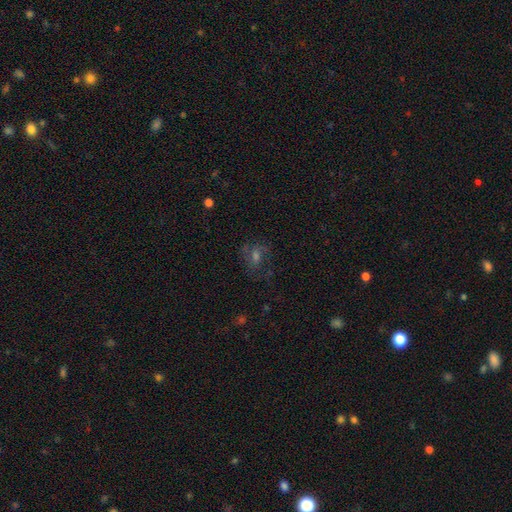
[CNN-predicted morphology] The model was most divided on "smooth or featured": featured or disk: 40%, smooth: 32%, star or artifact: 28%. More confident: merging — none (62%).